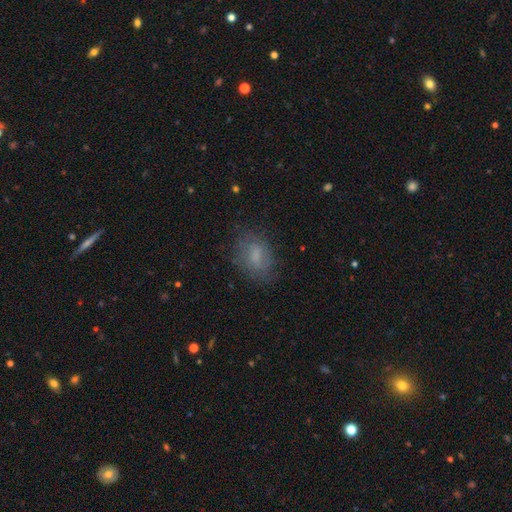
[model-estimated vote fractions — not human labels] Smooth or featured: smooth — 69% (featured or disk — 20%)
How rounded: in between — 79% (round — 19%)
Merging: none — 71% (minor disturbance — 19%)